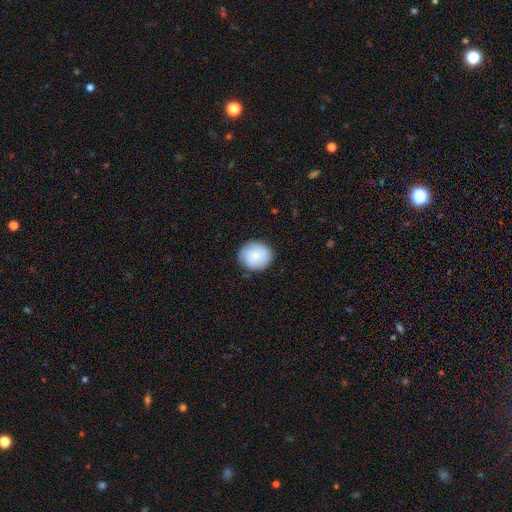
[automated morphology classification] smooth_or_featured: smooth (p=0.82) [alt: featured or disk p=0.12]
how_rounded: round (p=0.78) [alt: in between p=0.21]
merging: none (p=0.84) [alt: minor disturbance p=0.12]